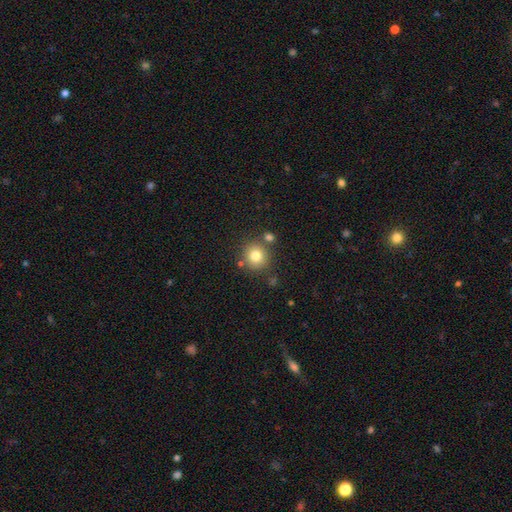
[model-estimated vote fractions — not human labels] A smooth galaxy with no disk features (79%) that is round (90%). Merging: none (78%).